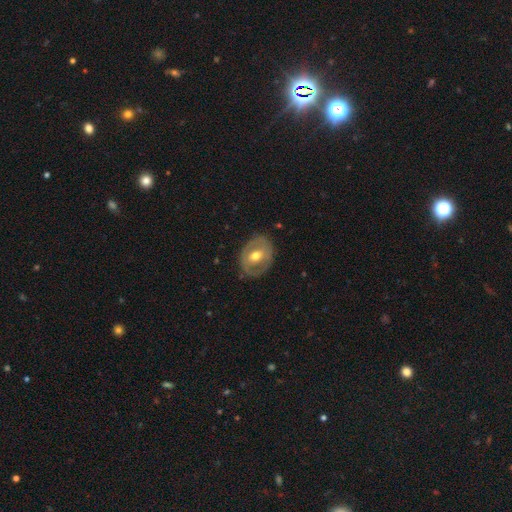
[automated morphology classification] Smooth or featured? Predicted: featured or disk (p=0.60). Edge-on disk? Predicted: no (p=0.94). Bar? Predicted: no (p=0.46). Spiral arms? Predicted: no (p=0.65). Bulge size? Predicted: moderate (p=0.77). Merging? Predicted: none (p=0.78).